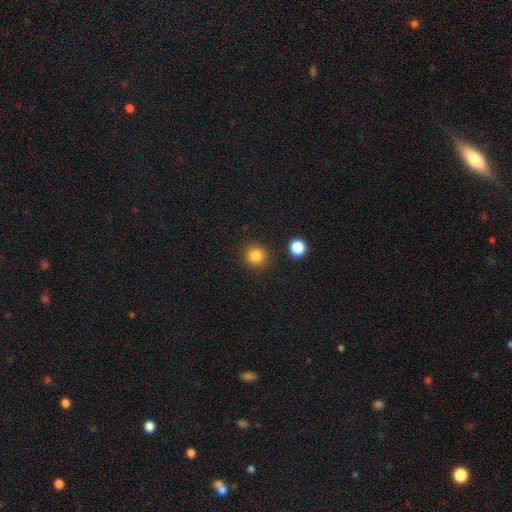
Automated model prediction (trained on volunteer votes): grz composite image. It shows a smooth galaxy with no disk features (84%) that is round (92%). Merging: none (90%).